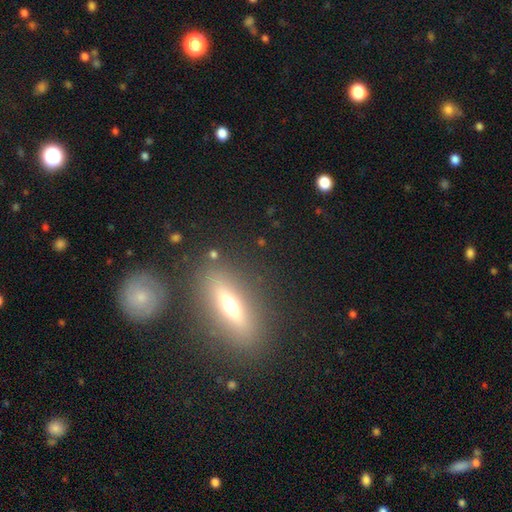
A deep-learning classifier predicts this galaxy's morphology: Overall: featured or disk (51%; smooth 34%). Edge-on disk: yes (77%). Merging: none (80%).